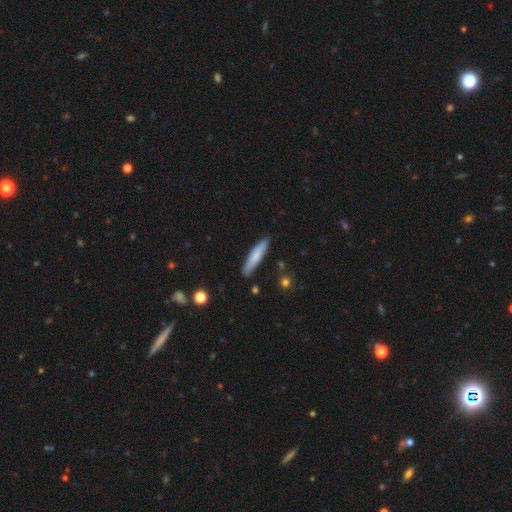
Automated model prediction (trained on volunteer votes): This appears to be a smooth galaxy with no disk features (77%) that is cigar-shaped (85%). Merging: none (86%).